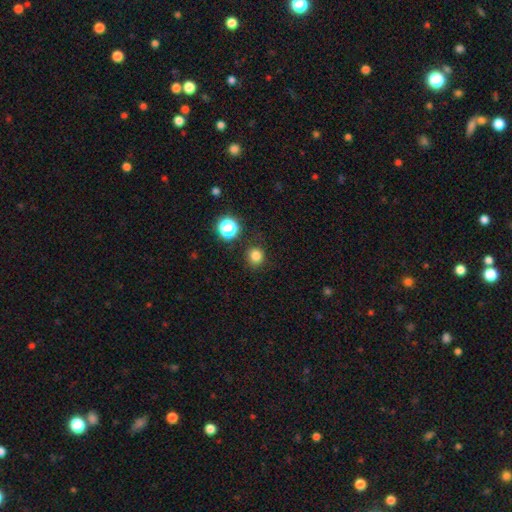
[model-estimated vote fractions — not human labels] Overall: smooth (80%). How rounded: round (89%). Merging: none (87%).